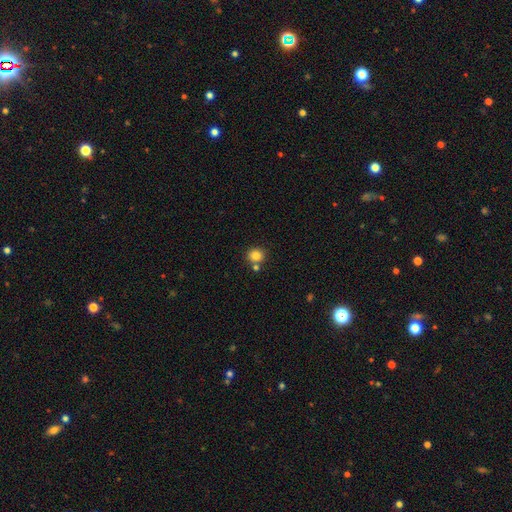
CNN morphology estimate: The model was most divided on "merging": none: 73%, merger: 15%, minor disturbance: 9%, major disturbance: 3%. More confident: smooth or featured — smooth (84%); how rounded — round (82%).